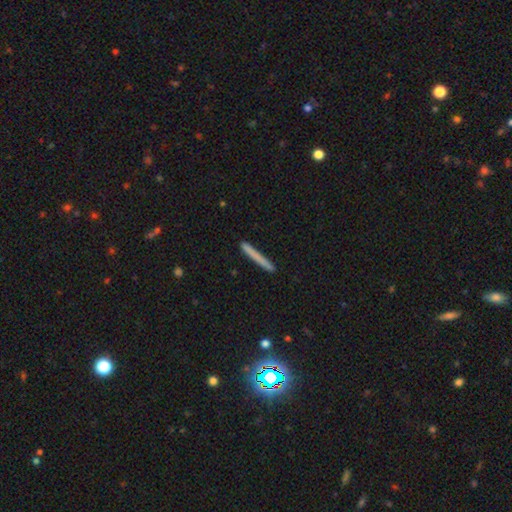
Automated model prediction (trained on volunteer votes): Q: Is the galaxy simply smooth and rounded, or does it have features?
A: smooth — 70%.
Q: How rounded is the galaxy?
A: cigar-shaped — 97%.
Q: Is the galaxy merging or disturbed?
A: none — 90%.